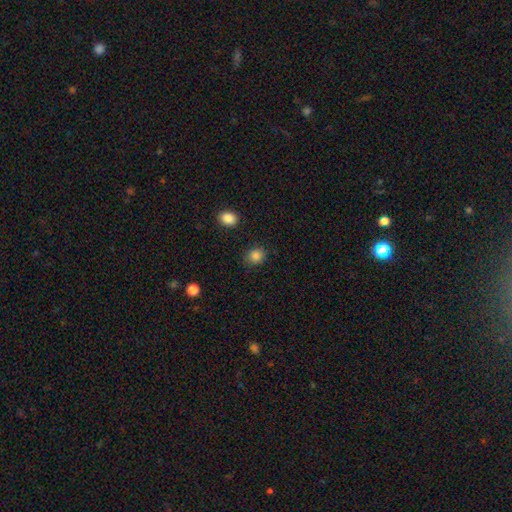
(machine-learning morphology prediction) Q: Smooth or featured?
A: smooth (85%); runner-up: star or artifact (10%)
Q: How rounded?
A: round (67%); runner-up: in between (32%)
Q: Merging?
A: none (85%); runner-up: minor disturbance (10%)